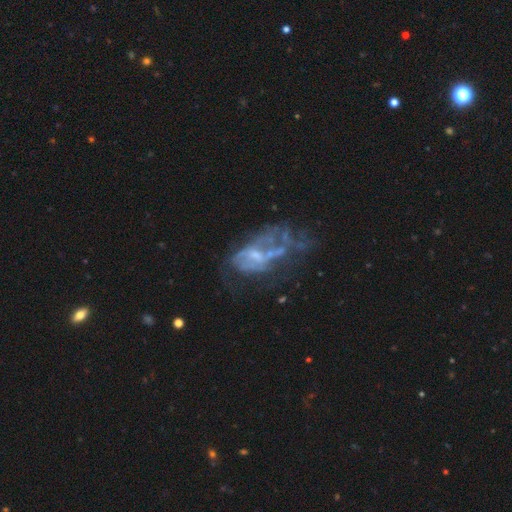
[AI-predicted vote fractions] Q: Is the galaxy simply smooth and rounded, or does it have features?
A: featured or disk — 69%.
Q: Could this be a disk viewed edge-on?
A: no — 95%.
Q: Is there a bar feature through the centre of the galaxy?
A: no — 64%.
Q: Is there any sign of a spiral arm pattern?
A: no — 68%.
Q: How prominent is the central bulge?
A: small — 41%.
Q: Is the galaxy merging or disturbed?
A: major disturbance — 41%.